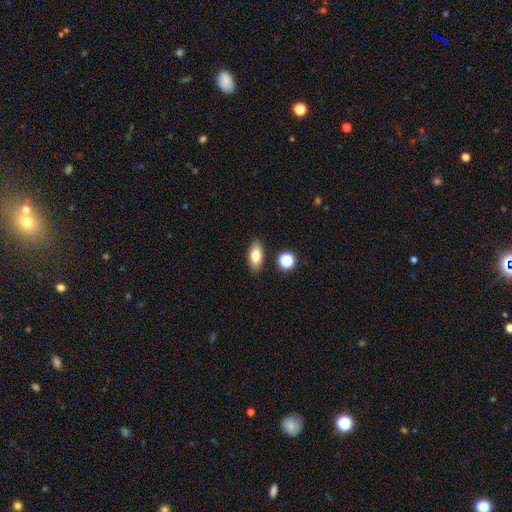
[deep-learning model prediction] Overall: smooth (78%). How rounded: in between (84%). Merging: none (86%).